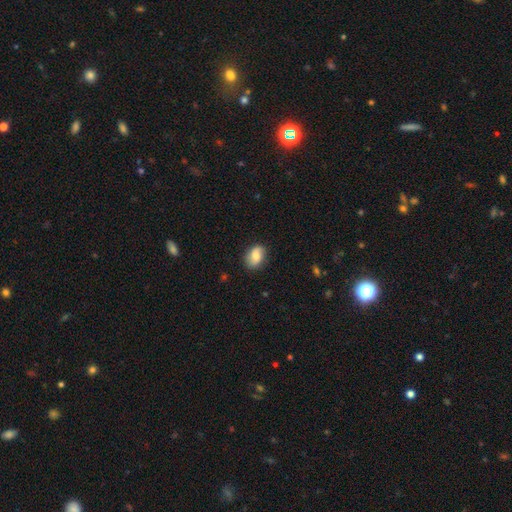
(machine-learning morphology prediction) smooth 71%, featured or disk 21%, star or artifact 8%. Down the decision tree: how rounded — in between (79%); merging — none (79%).